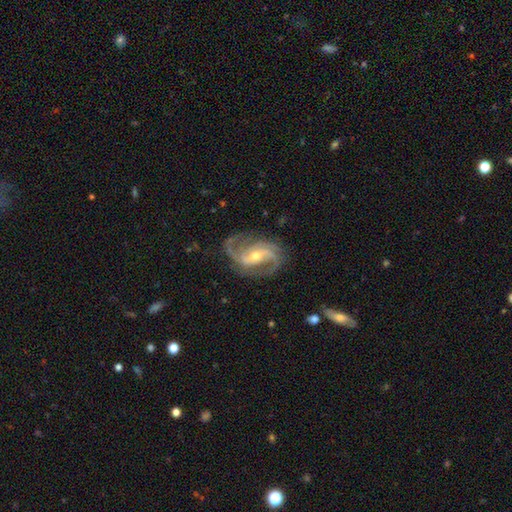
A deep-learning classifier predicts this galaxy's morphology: Smooth or featured: featured or disk — 91% (star or artifact — 5%)
Edge-on disk: no — 97% (yes — 3%)
Bar: weak — 41% (no — 31%)
Spiral arms: yes — 98% (no — 2%)
Spiral winding: medium — 54% (loose — 26%)
Spiral arm count: 2 — 66% (3 — 19%)
Bulge size: moderate — 51% (small — 46%)
Merging: none — 74% (minor disturbance — 16%)